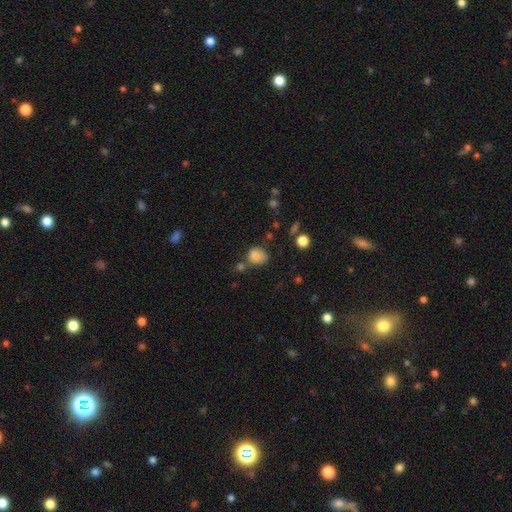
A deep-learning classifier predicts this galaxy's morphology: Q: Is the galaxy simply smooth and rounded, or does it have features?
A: smooth — 82%.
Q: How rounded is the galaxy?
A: round — 61%.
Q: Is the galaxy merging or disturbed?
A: none — 49%.